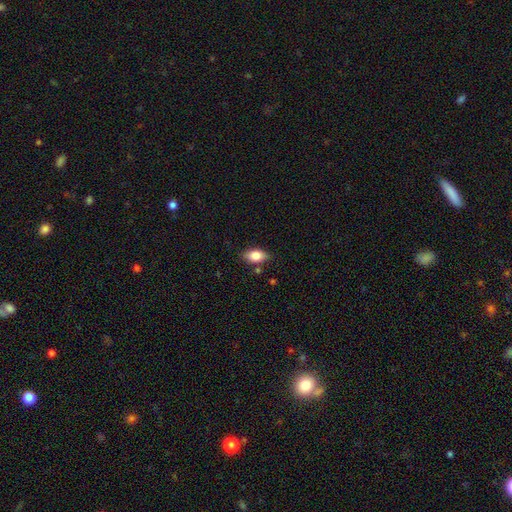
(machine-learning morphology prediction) Smooth or featured? Predicted: smooth (p=0.81). How rounded? Predicted: in between (p=0.88). Merging? Predicted: none (p=0.81).